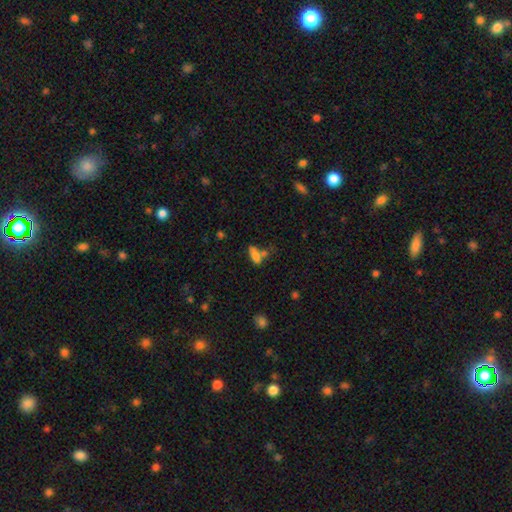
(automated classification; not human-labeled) Morphology: type=smooth (72%); roundness=in between (75%); merging=merger (37%).